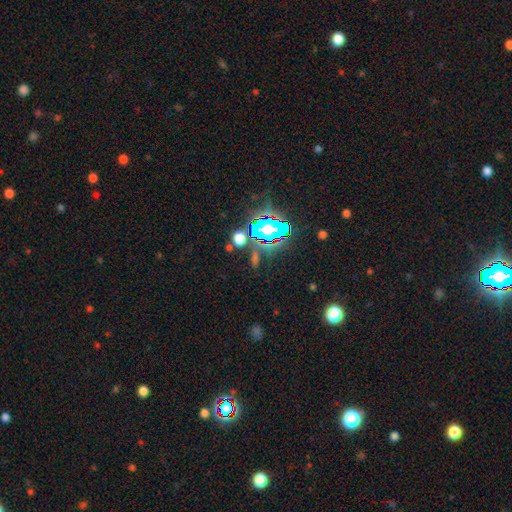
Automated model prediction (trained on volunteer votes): Smooth or featured?
  - star or artifact: 66% *
  - smooth: 21%
  - featured or disk: 12%